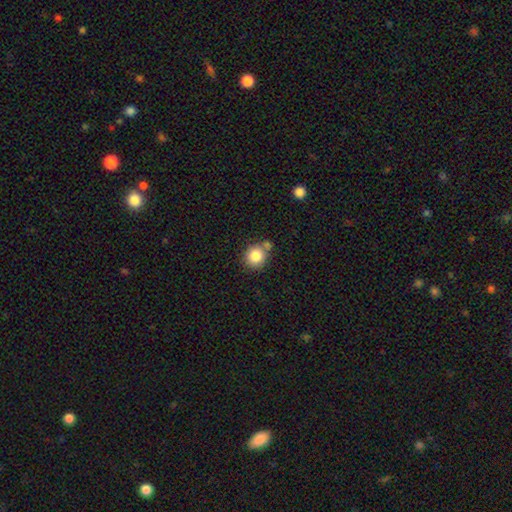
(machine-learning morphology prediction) This is clearly a smooth galaxy (83%). How rounded: clearly round (84%). Merging: likely none (62%).